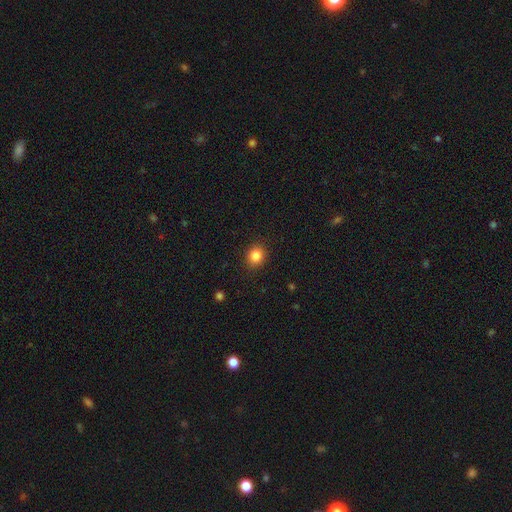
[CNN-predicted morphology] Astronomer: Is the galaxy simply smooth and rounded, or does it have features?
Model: smooth — 84%.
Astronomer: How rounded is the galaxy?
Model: round — 68%.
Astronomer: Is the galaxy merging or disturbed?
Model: none — 89%.